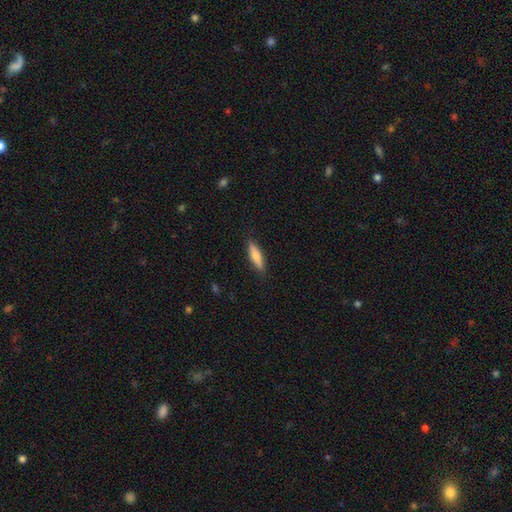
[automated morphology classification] Smooth or featured: smooth — 75% (featured or disk — 20%)
How rounded: cigar-shaped — 67% (in between — 31%)
Merging: none — 88% (minor disturbance — 9%)